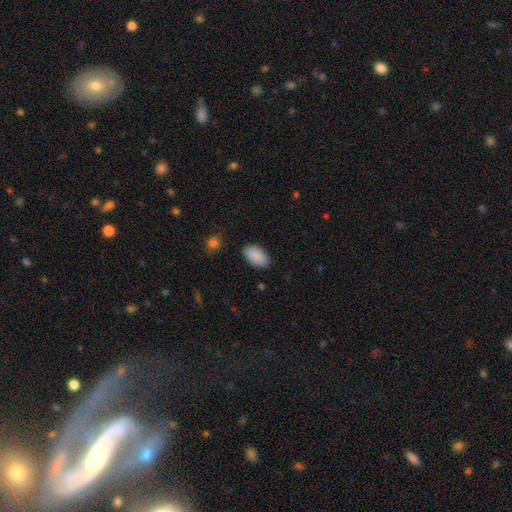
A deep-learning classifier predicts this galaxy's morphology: Smooth or featured: smooth — 89% (star or artifact — 7%)
How rounded: in between — 94% (round — 4%)
Merging: none — 85% (minor disturbance — 11%)